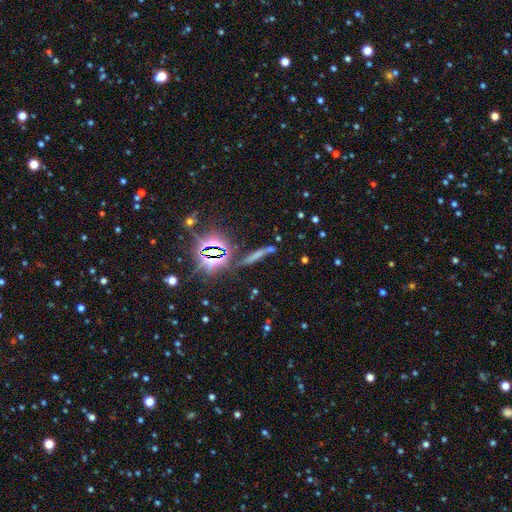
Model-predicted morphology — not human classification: smooth 47%, star or artifact 33%, featured or disk 20%. Down the decision tree: merging — none (63%).